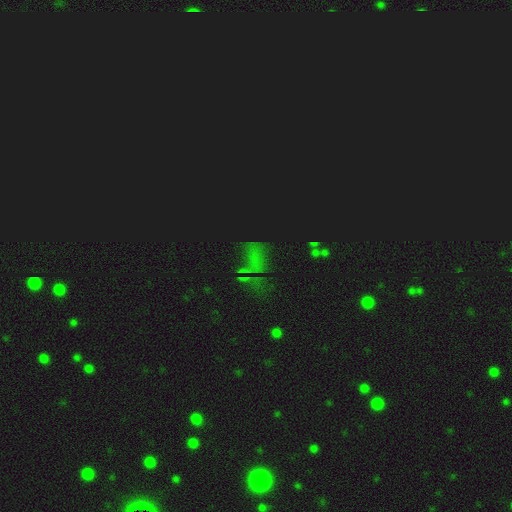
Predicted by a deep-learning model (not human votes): The model was most divided on "smooth or featured": star or artifact: 62%, smooth: 25%, featured or disk: 12%.